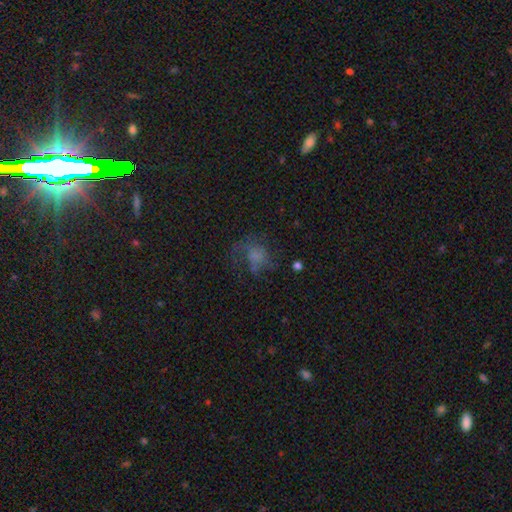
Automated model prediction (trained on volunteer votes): smooth_or_featured: smooth (p=0.44) [alt: featured or disk p=0.37]
merging: none (p=0.41) [alt: major disturbance p=0.36]